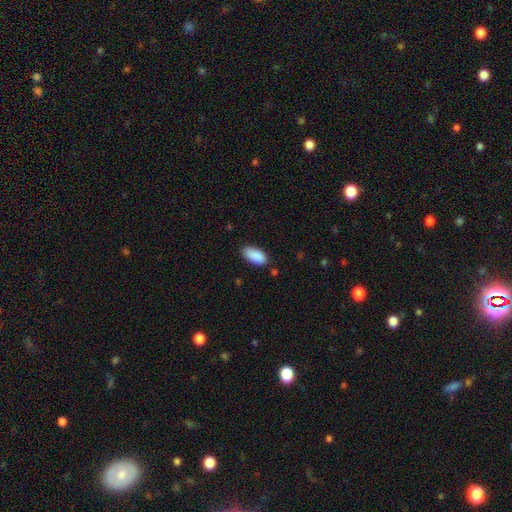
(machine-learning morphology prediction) type=smooth (90%); roundness=in between (92%); merging=none (79%).